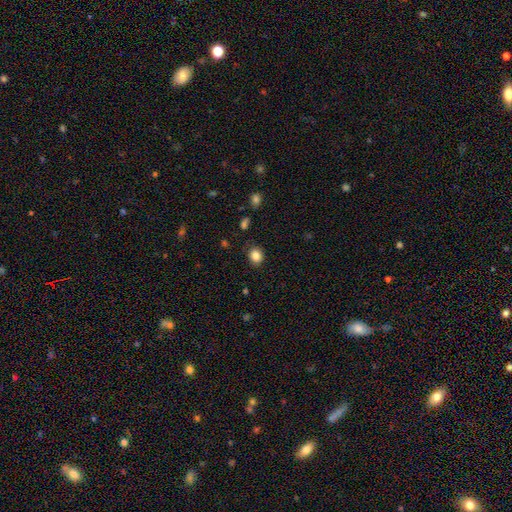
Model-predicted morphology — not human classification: smooth_or_featured: smooth (p=0.84) [alt: star or artifact p=0.10]
how_rounded: round (p=0.64) [alt: in between p=0.35]
merging: none (p=0.86) [alt: minor disturbance p=0.10]